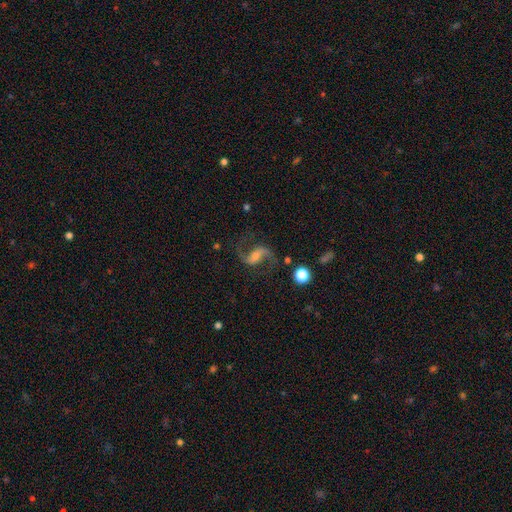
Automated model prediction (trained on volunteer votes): A featured or disk galaxy (88%) with a weak bar (44%), 2 (94%) loose (66%) spiral arms (97%) and a small central bulge (47%). Merging: none (79%).